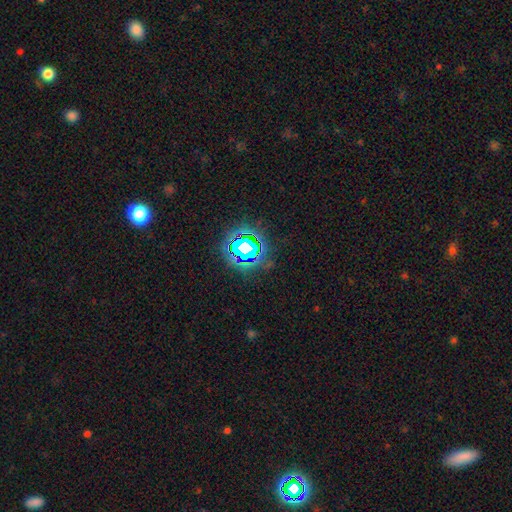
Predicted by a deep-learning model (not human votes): Overall: star or artifact (79%).